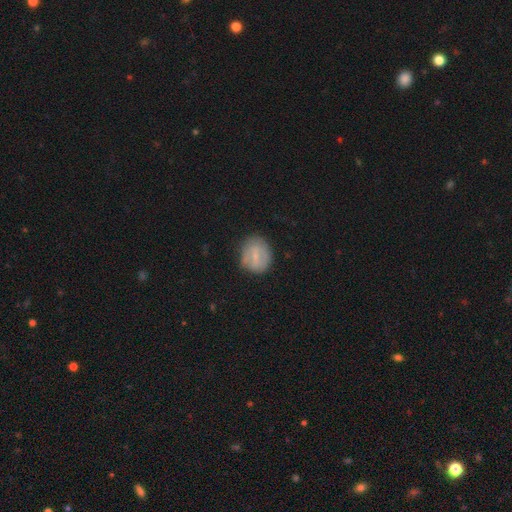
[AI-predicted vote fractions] Smooth or featured? Predicted: smooth (p=0.59). How rounded? Predicted: round (p=0.68). Merging? Predicted: none (p=0.72).